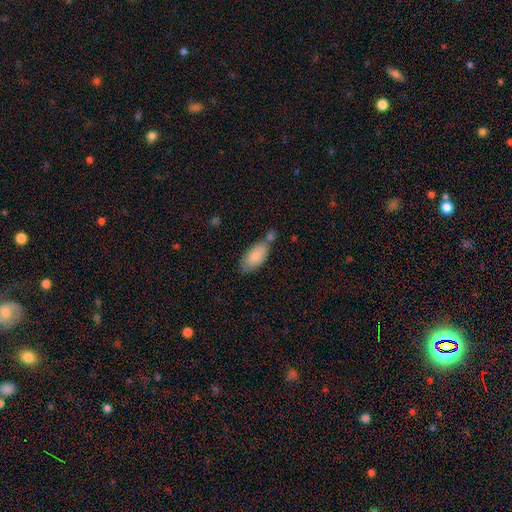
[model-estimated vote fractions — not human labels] Overall: smooth (83%). How rounded: in between (91%). Merging: none (49%; merger 23%).